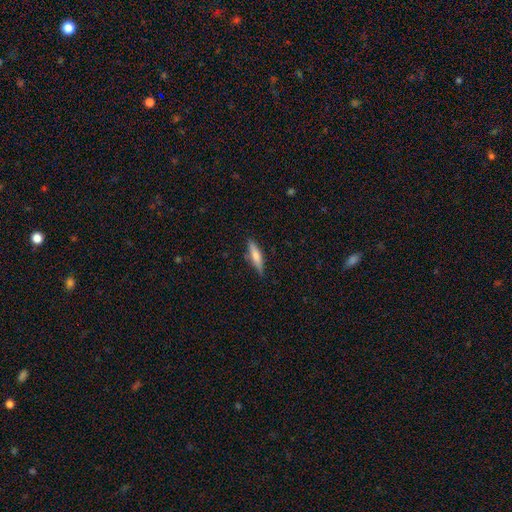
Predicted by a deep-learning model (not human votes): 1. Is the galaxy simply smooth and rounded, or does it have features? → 58% smooth, 36% featured or disk, 6% star or artifact.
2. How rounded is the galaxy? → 78% cigar-shaped, 20% in between, 2% round.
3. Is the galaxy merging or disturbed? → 82% none, 13% minor disturbance, 3% major disturbance, 2% merger.